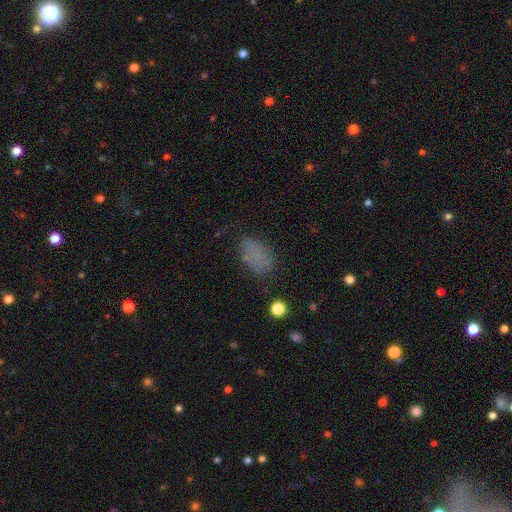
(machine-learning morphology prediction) smooth-or-featured: smooth: 73% | star or artifact: 15% | featured or disk: 12%
  how-rounded: in between: 89% | round: 9% | cigar-shaped: 2%
  merging: none: 63% | minor disturbance: 23% | major disturbance: 12% | merger: 3%